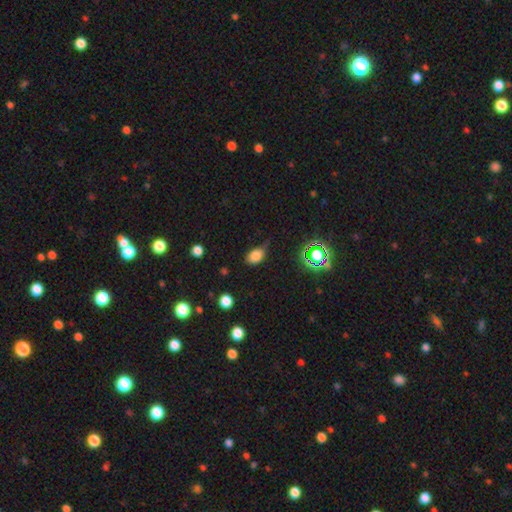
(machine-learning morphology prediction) Smooth or featured?
  - smooth: 78% *
  - star or artifact: 13%
  - featured or disk: 9%
How rounded?
  - in between: 78% *
  - round: 20%
  - cigar-shaped: 2%
Merging?
  - none: 54% *
  - minor disturbance: 34%
  - major disturbance: 9%
  - merger: 3%